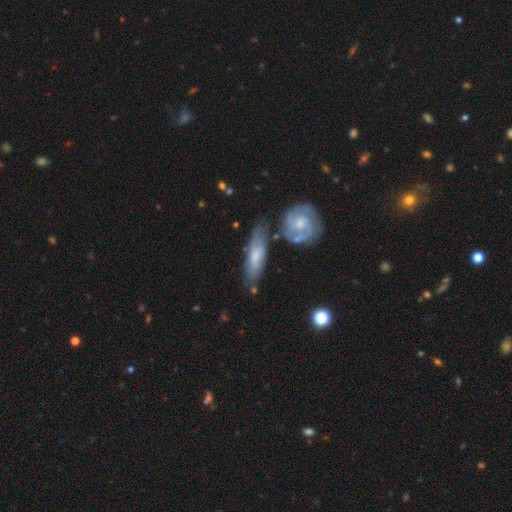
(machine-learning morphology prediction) A featured or disk galaxy (47%, tied with smooth). Merging: none (62%).